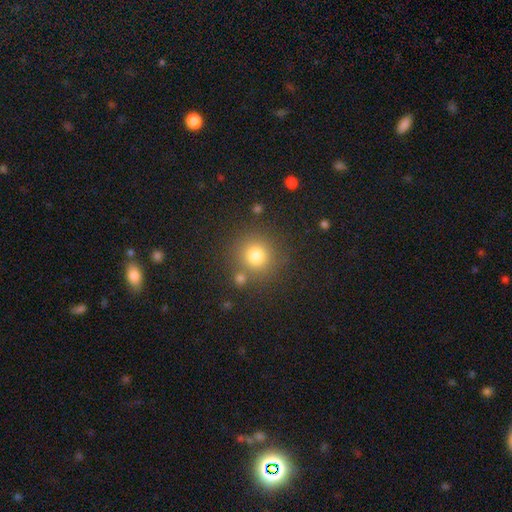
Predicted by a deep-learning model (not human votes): Smooth or featured? smooth (78%)
How rounded? round (92%)
Merging? none (78%)